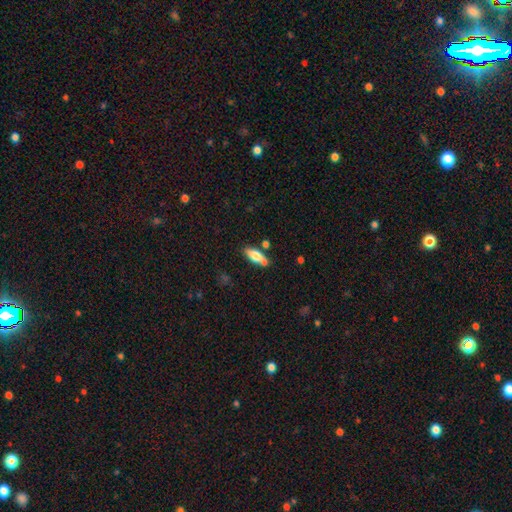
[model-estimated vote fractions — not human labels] smooth 71%, featured or disk 22%, star or artifact 7%. Down the decision tree: how rounded — in between (73%); merging — none (64%).